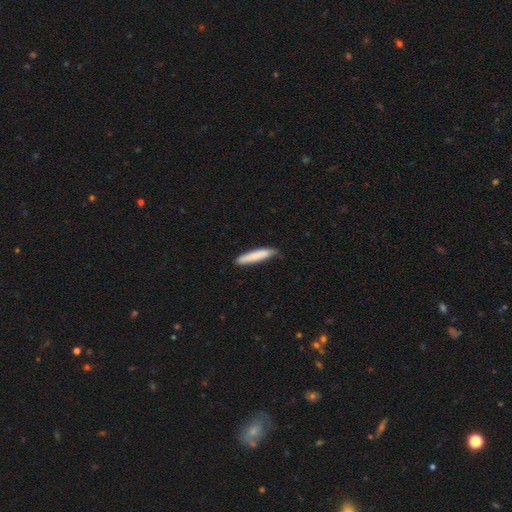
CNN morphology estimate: This is clearly a smooth galaxy (82%). How rounded: clearly cigar-shaped (91%). Merging: likely none (80%).